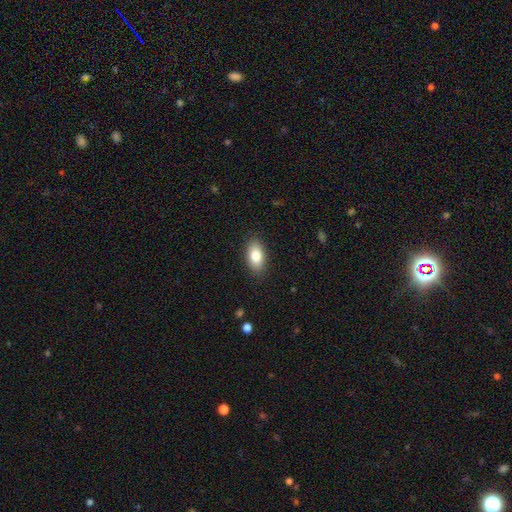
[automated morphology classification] Q: Smooth or featured?
A: smooth (83%); runner-up: featured or disk (10%)
Q: How rounded?
A: in between (91%); runner-up: round (4%)
Q: Merging?
A: none (87%); runner-up: minor disturbance (9%)